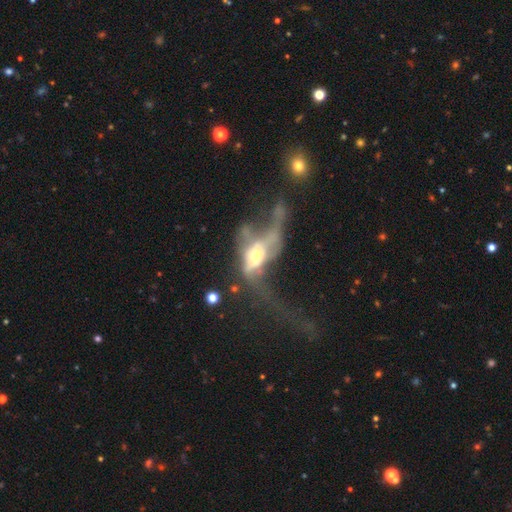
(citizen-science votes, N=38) smooth_or_featured: featured or disk (p=0.71) [alt: smooth p=0.26]
disk_edge_on: no (p=0.93) [alt: yes p=0.07]
bar: no (p=0.64) [alt: weak p=0.24]
has_spiral_arms: no (p=0.52) [alt: yes p=0.48]
bulge_size: moderate (p=0.52) [alt: small p=0.36]
merging: major disturbance (p=0.68) [alt: none p=0.16]